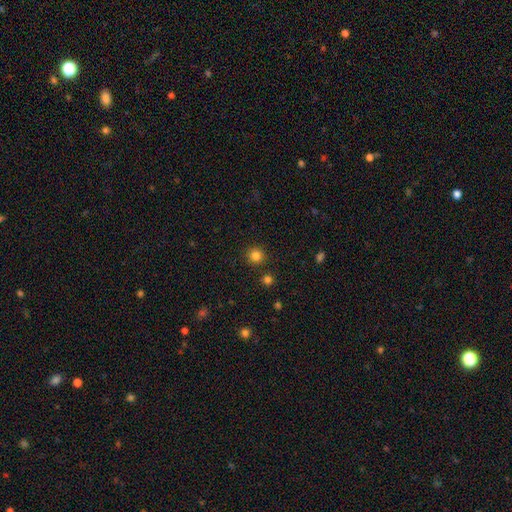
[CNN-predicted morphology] Smooth or featured? Predicted: smooth (p=0.82). How rounded? Predicted: round (p=0.94). Merging? Predicted: none (p=0.90).